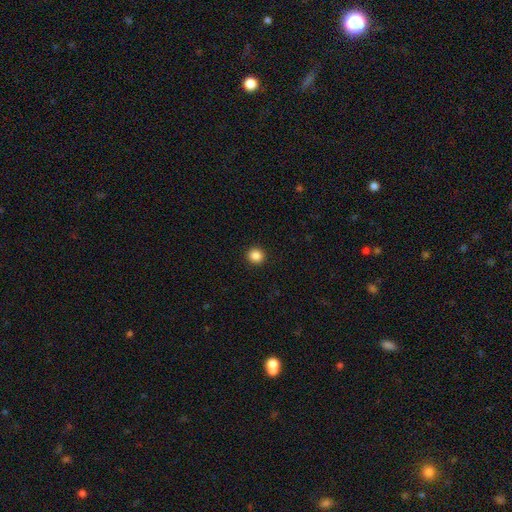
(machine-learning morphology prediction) A smooth galaxy with no disk features (86%) that is round (93%). Merging: none (93%).